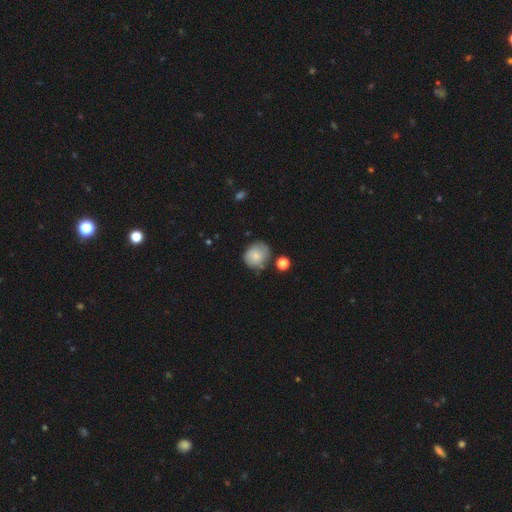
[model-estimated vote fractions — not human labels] smooth-or-featured: smooth: 74% | featured or disk: 17% | star or artifact: 8%
  how-rounded: round: 74% | in between: 25% | cigar-shaped: 1%
  merging: none: 65% | minor disturbance: 23% | merger: 6% | major disturbance: 6%